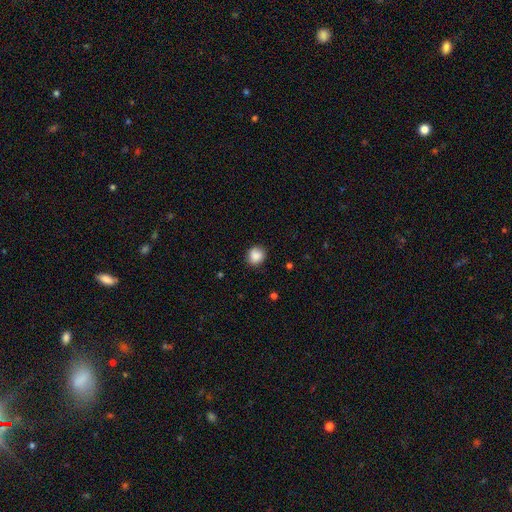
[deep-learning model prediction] Smooth or featured? smooth (86%)
How rounded? round (80%)
Merging? none (82%)